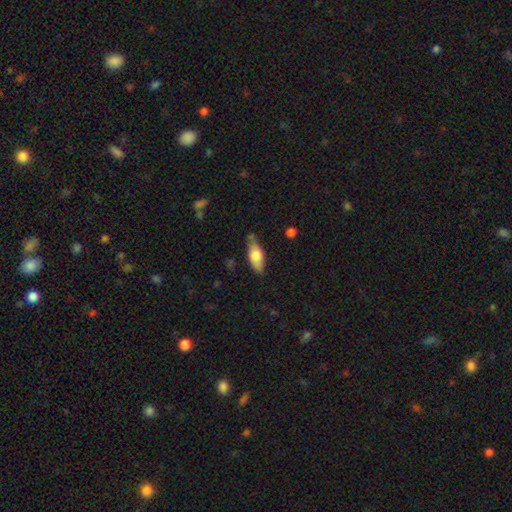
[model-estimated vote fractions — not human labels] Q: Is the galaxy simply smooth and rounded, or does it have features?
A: smooth — 70%.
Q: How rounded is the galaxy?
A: in between — 76%.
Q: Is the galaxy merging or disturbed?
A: none — 71%.